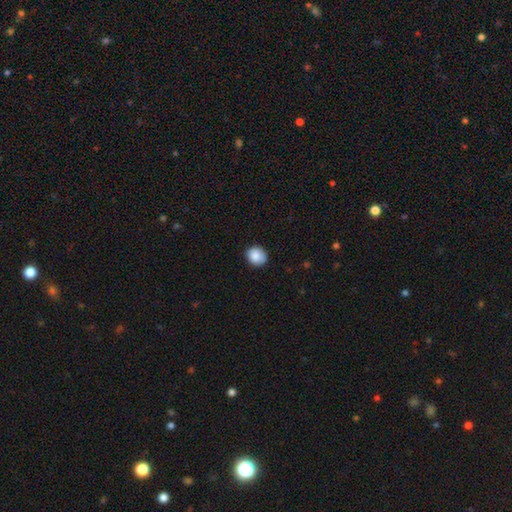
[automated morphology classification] type=smooth (88%); roundness=round (79%); merging=none (86%).